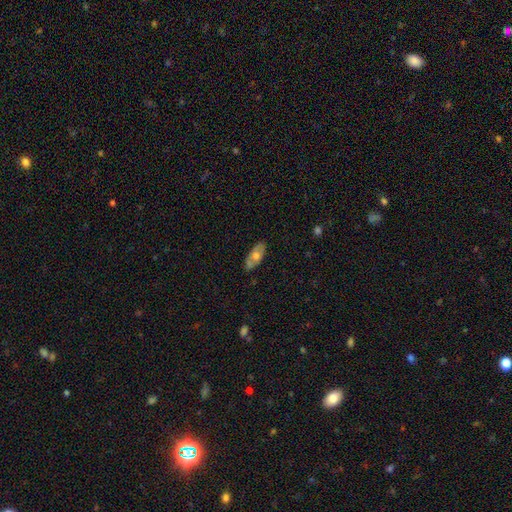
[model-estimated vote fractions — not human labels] smooth-or-featured: smooth: 53% | featured or disk: 41% | star or artifact: 6%
  how-rounded: in between: 85% | cigar-shaped: 12% | round: 3%
  merging: none: 78% | minor disturbance: 17% | major disturbance: 3% | merger: 2%